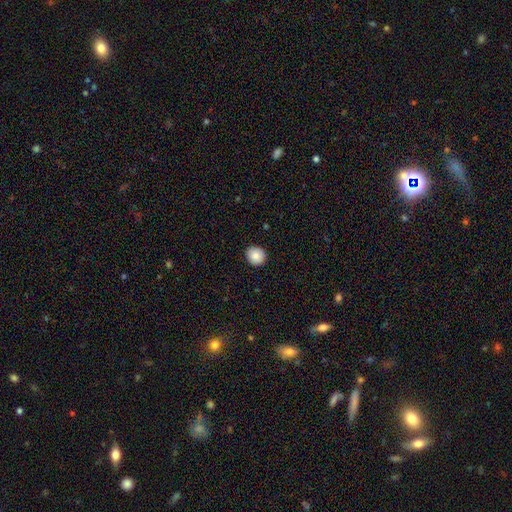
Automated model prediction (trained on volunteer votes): Overall: smooth (87%). How rounded: round (86%). Merging: none (91%).